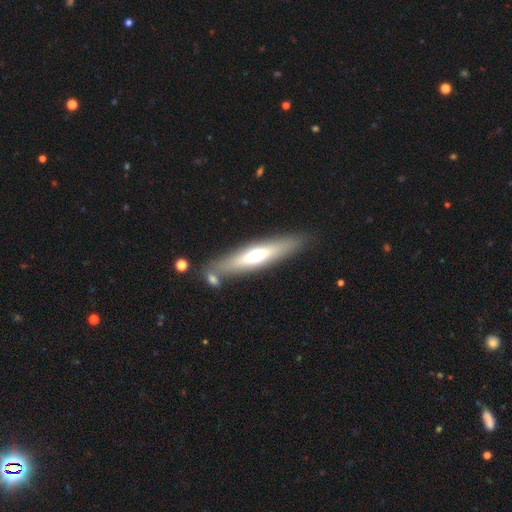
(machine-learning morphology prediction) A smooth galaxy with no disk features (49%).

Vote fractions:
- Smooth or featured? smooth: 49% / featured or disk: 45% / star or artifact: 6%
- Merging? none: 77% / minor disturbance: 10% / merger: 10% / major disturbance: 3%